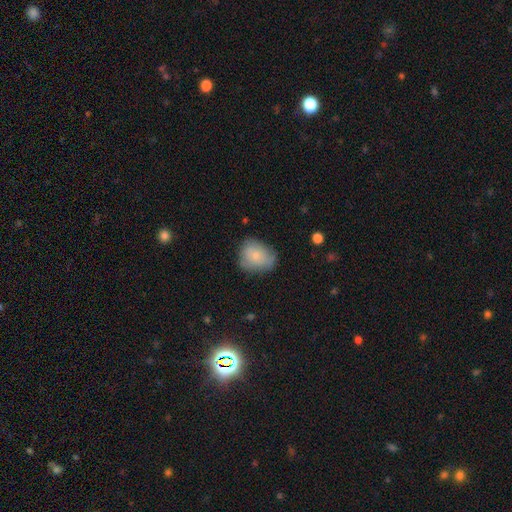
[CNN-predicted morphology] Smooth or featured? smooth (69%)
How rounded? round (55%)
Merging? none (57%)